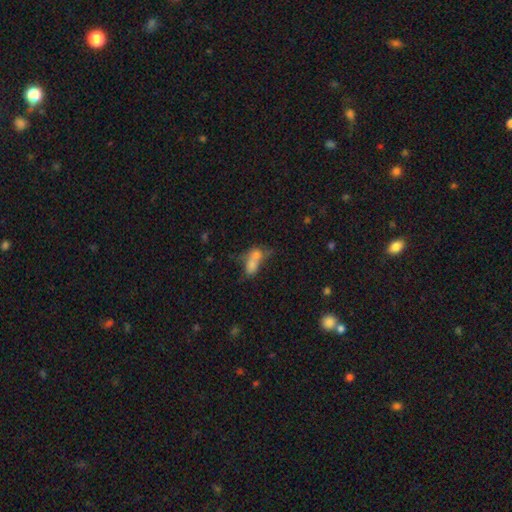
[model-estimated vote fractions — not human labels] A smooth galaxy with no disk features (66%) that is in between round and cigar-shaped (70%).

Vote fractions:
- Smooth or featured? smooth: 66% / featured or disk: 22% / star or artifact: 13%
- How rounded? in between: 70% / round: 23% / cigar-shaped: 6%
- Merging? merger: 65% / none: 18% / minor disturbance: 9% / major disturbance: 9%